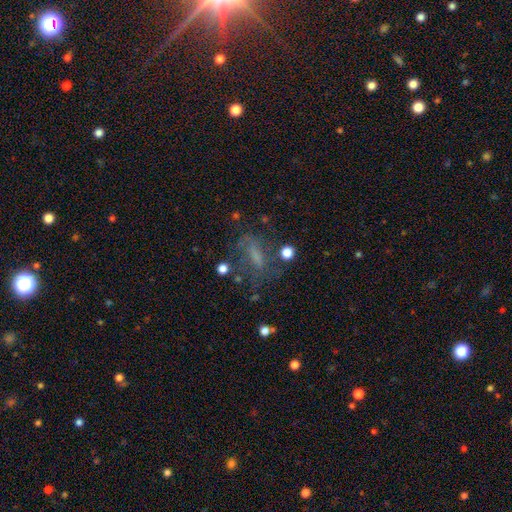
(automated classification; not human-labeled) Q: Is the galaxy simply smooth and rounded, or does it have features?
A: featured or disk — 43%.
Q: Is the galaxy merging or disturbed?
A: none — 50%.